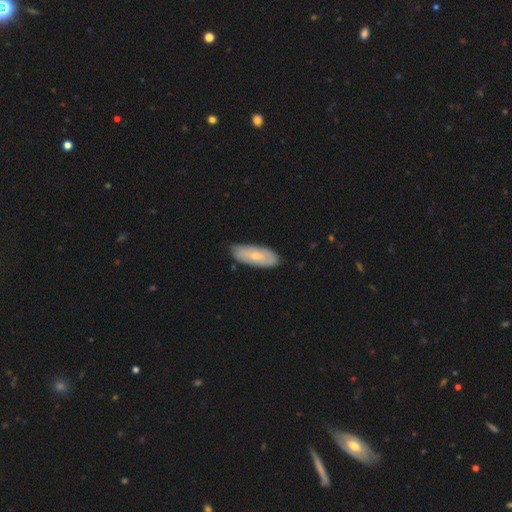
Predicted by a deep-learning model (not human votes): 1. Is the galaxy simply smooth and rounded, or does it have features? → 57% smooth, 38% featured or disk, 6% star or artifact.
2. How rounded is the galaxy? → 77% in between, 21% cigar-shaped, 2% round.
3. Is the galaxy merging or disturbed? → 84% none, 13% minor disturbance, 2% major disturbance, 1% merger.